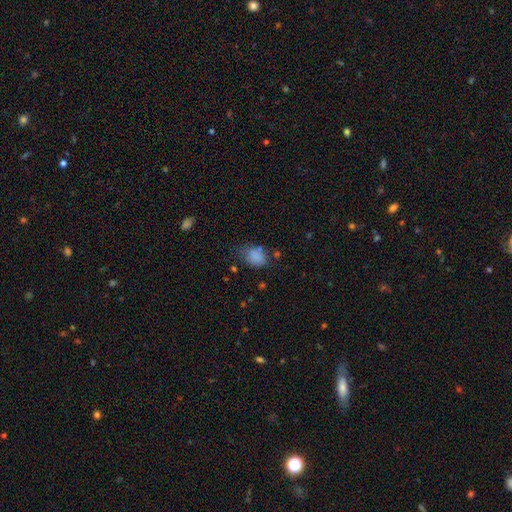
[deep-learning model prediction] A smooth galaxy with no disk features (81%) that is in between round and cigar-shaped (67%). Merging: none (54%).